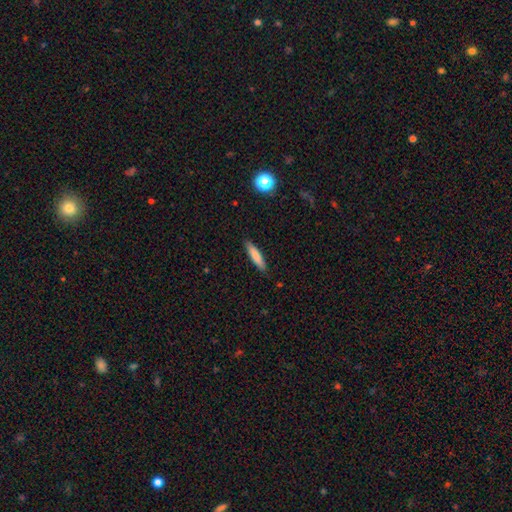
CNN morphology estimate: Smooth or featured: smooth — 79% (featured or disk — 15%)
How rounded: cigar-shaped — 85% (in between — 14%)
Merging: none — 89% (minor disturbance — 8%)